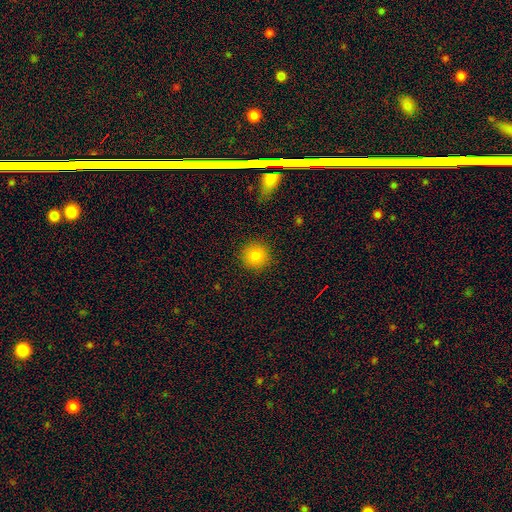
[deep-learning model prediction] A smooth galaxy with no disk features (84%) that is round (94%).

Vote fractions:
- Smooth or featured? smooth: 84% / star or artifact: 10% / featured or disk: 6%
- How rounded? round: 94% / in between: 5% / cigar-shaped: 1%
- Merging? none: 90% / minor disturbance: 6% / major disturbance: 2% / merger: 1%